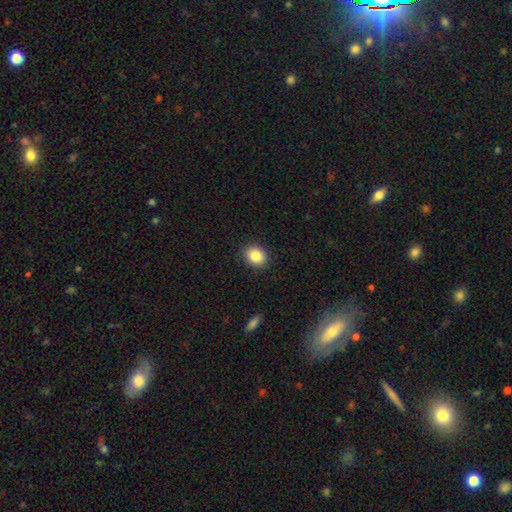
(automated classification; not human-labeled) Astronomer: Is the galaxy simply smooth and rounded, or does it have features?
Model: smooth — 86%.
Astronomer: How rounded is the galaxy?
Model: round — 57% (runner-up: in between, 42%).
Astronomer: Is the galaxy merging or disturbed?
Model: none — 89%.